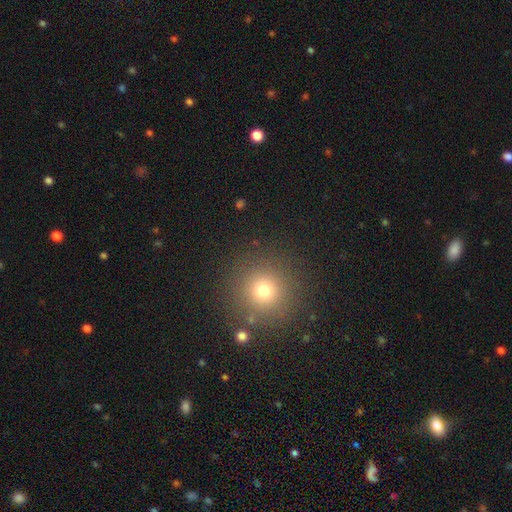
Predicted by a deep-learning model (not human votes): Overall: smooth (63%; star or artifact 29%). How rounded: round (95%). Merging: none (90%).